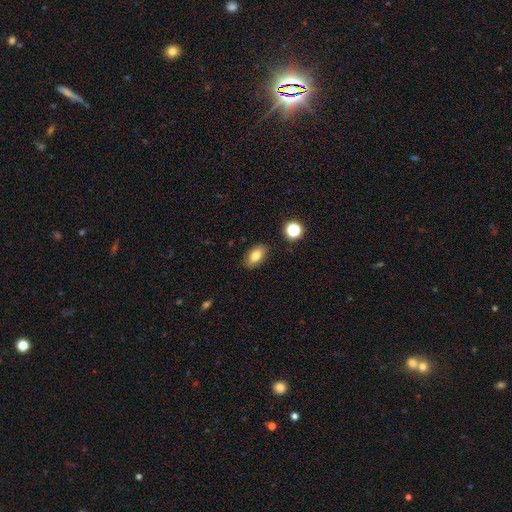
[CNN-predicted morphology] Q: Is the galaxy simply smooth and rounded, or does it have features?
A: smooth — 79%.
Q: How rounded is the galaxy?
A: in between — 89%.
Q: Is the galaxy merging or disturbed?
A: none — 84%.